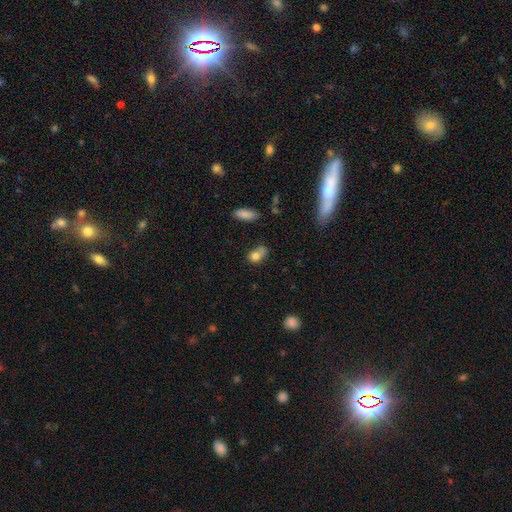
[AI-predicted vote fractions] Morphology: type=smooth (77%); roundness=in between (62%); merging=none (38%).